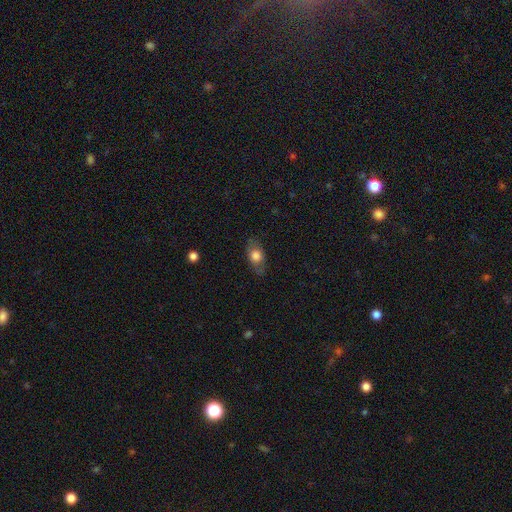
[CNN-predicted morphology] type=smooth (67%); roundness=in between (78%); merging=none (78%).